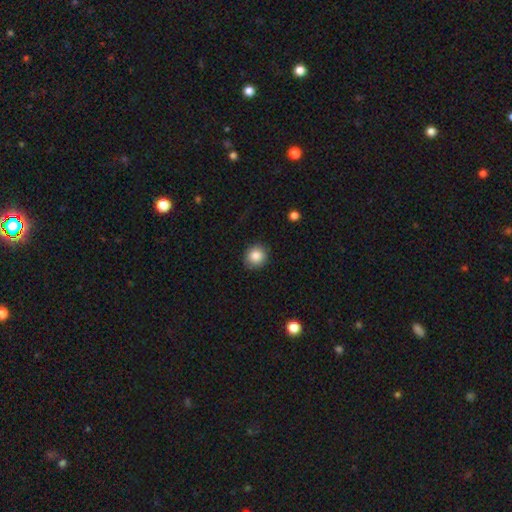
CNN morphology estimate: A smooth galaxy with no disk features (86%) that is round (83%). Merging: none (87%).